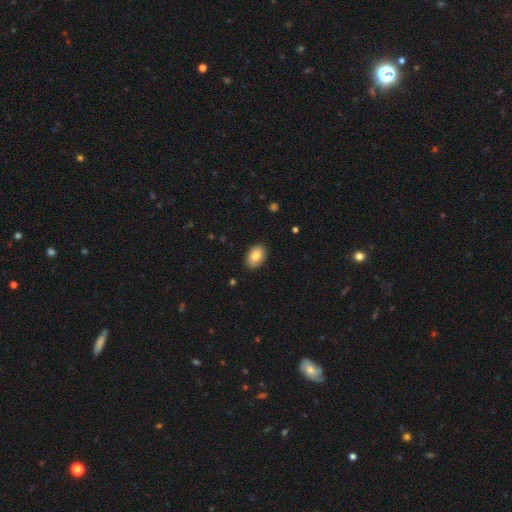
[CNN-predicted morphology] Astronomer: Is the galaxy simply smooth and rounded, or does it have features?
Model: smooth — 84%.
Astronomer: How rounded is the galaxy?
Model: in between — 86%.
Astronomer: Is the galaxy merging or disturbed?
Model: none — 88%.